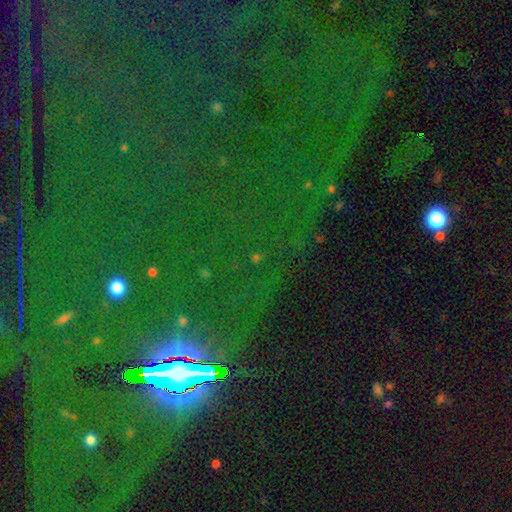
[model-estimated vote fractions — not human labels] star or artifact 83%, smooth 9%, featured or disk 8%.